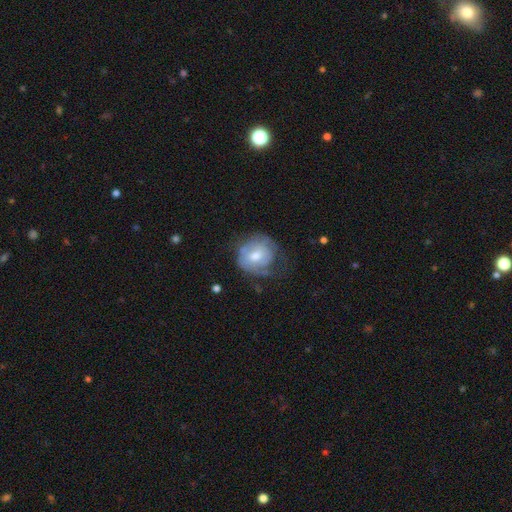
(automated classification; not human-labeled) smooth 47%, featured or disk 46%, star or artifact 7%. Down the decision tree: merging — none (44%).